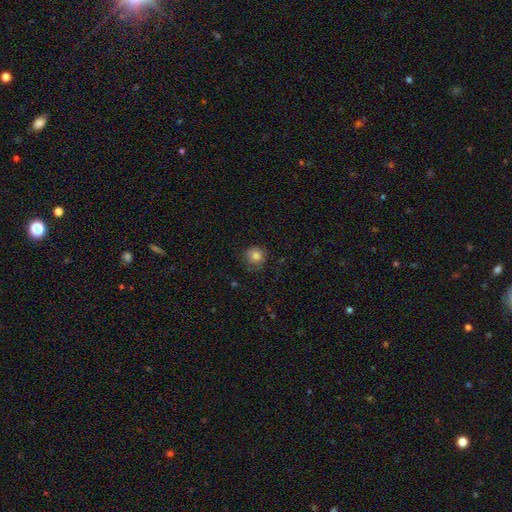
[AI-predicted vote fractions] This is clearly a smooth galaxy (83%). How rounded: clearly round (91%). Merging: likely none (76%).